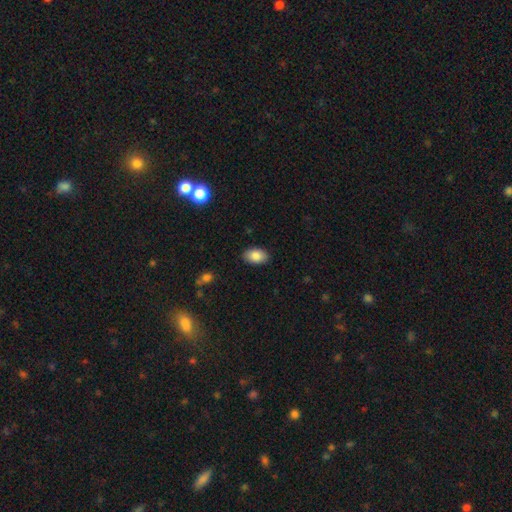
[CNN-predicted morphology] Smooth or featured? smooth (87%)
How rounded? in between (90%)
Merging? none (87%)